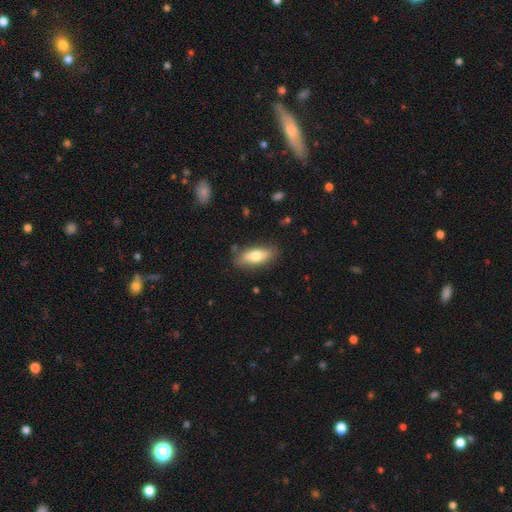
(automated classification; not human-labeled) smooth_or_featured: smooth (p=0.71) [alt: featured or disk p=0.22]
how_rounded: in between (p=0.73) [alt: cigar-shaped p=0.24]
merging: none (p=0.80) [alt: minor disturbance p=0.15]